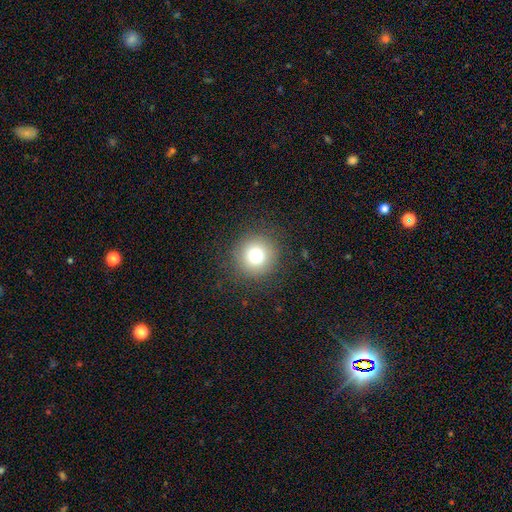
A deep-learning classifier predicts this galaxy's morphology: Smooth or featured: smooth — 77% (star or artifact — 13%)
How rounded: round — 95% (in between — 4%)
Merging: none — 89% (minor disturbance — 7%)